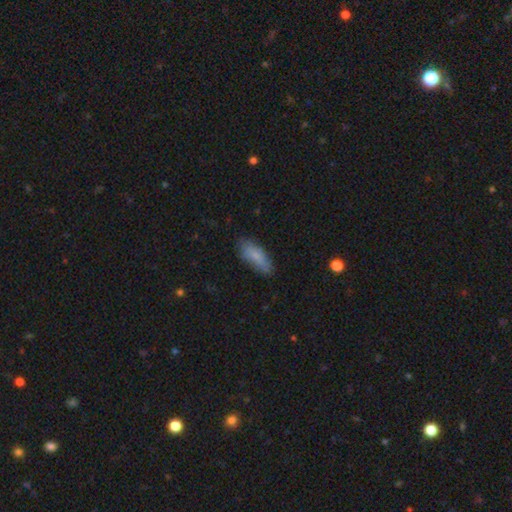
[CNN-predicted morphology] type=smooth (80%); roundness=in between (64%); merging=none (72%).